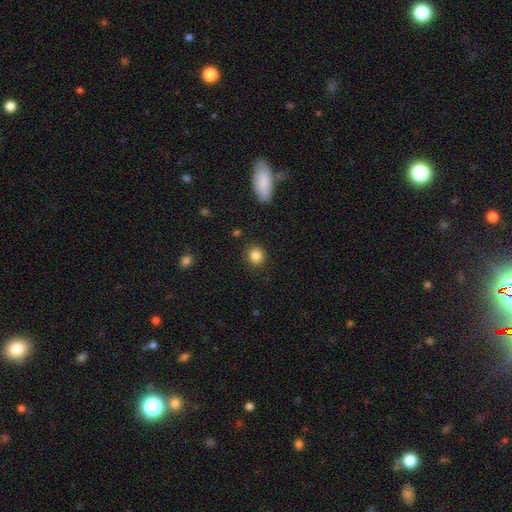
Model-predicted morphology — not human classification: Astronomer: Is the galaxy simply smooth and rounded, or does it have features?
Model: smooth — 85%.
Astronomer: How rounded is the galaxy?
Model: round — 85%.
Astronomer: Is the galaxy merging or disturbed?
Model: none — 89%.